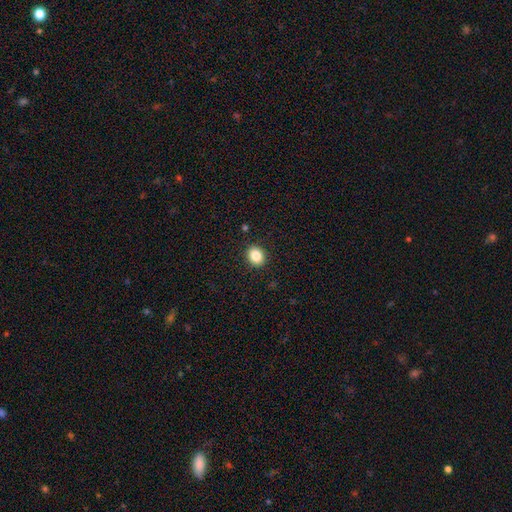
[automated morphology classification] A smooth galaxy with no disk features (85%) that is round (57%). Merging: none (90%).